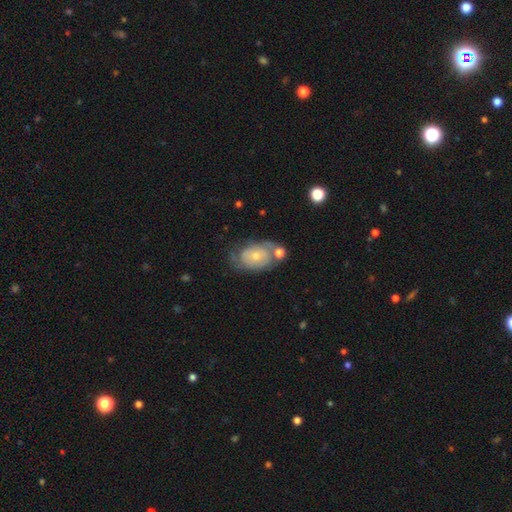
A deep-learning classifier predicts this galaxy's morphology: Smooth or featured: featured or disk — 50% (smooth — 42%)
Edge-on disk: no — 95% (yes — 5%)
Merging: none — 43% (minor disturbance — 25%)